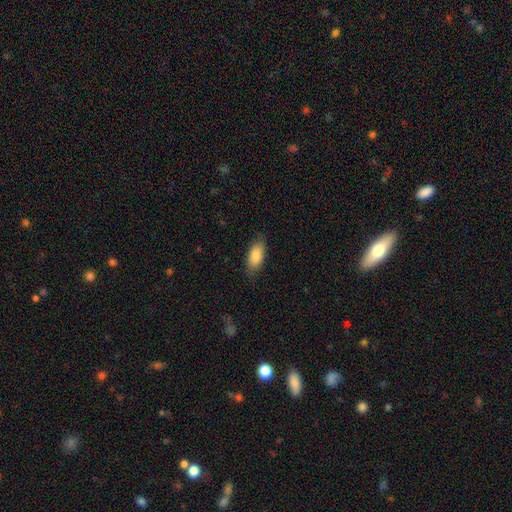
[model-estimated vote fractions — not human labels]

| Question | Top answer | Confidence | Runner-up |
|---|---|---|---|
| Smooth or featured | smooth | 86% | featured or disk (8%) |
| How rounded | in between | 87% | cigar-shaped (11%) |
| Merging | none | 80% | minor disturbance (15%) |